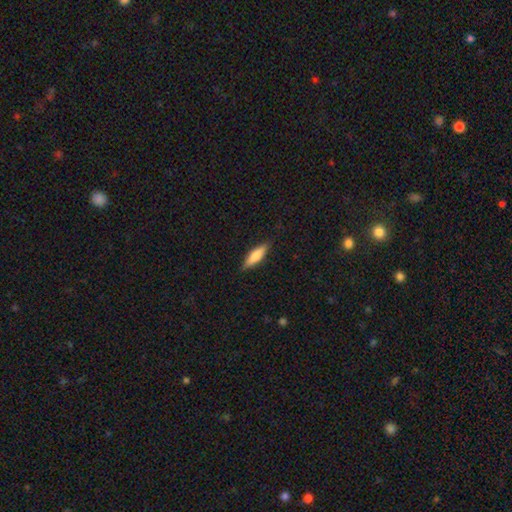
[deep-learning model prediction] The model was most divided on "how rounded": cigar-shaped: 60%, in between: 38%, round: 2%. More confident: merging — none (86%); smooth or featured — smooth (71%).